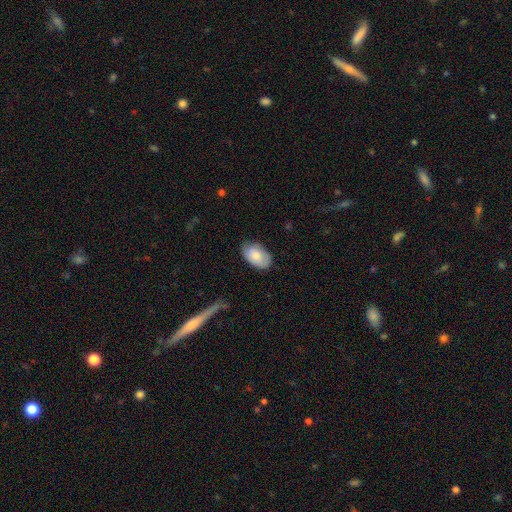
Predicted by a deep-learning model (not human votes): Overall: smooth (78%). How rounded: in between (93%). Merging: none (73%).